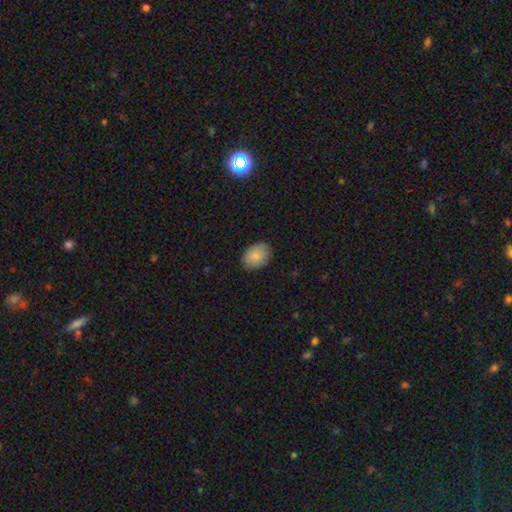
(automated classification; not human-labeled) A smooth galaxy with no disk features (88%) that is in between round and cigar-shaped (73%). Merging: none (86%).